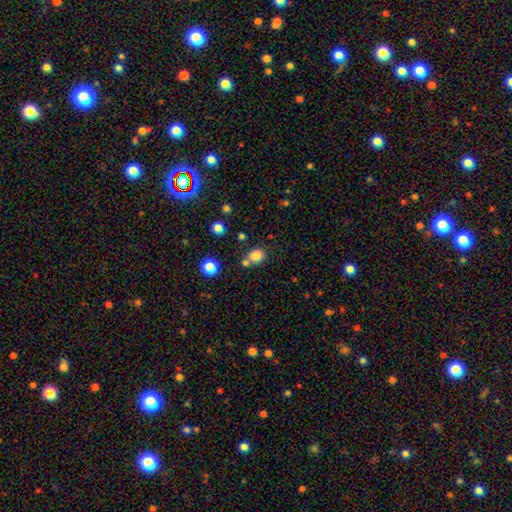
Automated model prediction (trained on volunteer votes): Morphology: type=smooth (81%); roundness=round (57%); merging=none (61%).